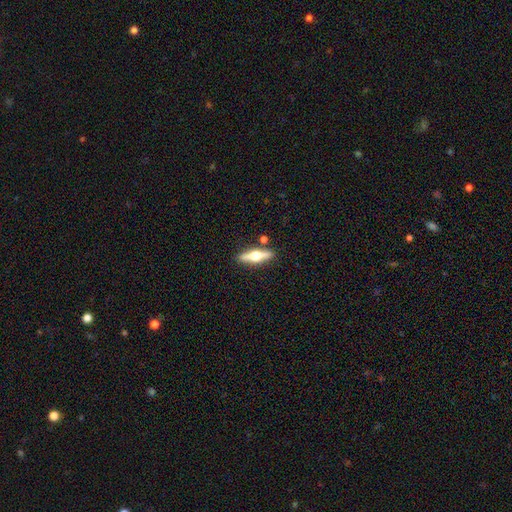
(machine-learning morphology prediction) A featured or disk galaxy (67%) viewed edge-on (96%) with a rounded central bulge (96%). Merging: none (85%).